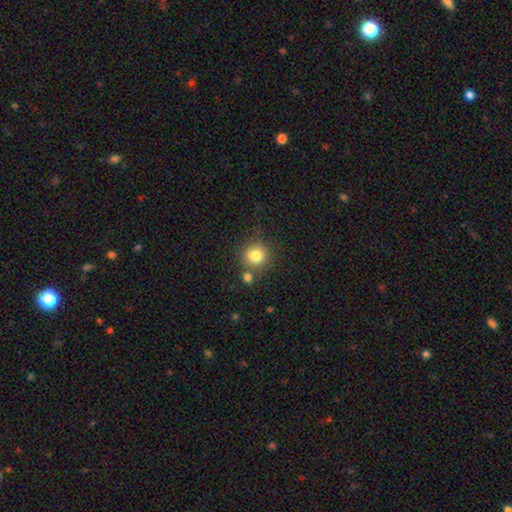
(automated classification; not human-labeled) A smooth galaxy with no disk features (82%) that is round (90%). Merging: none (75%).